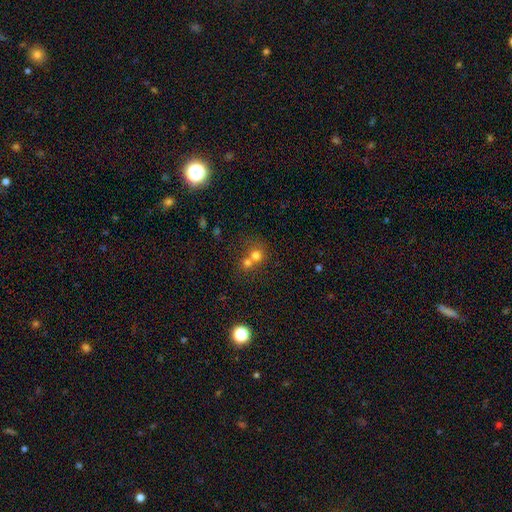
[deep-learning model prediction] This is likely a smooth galaxy (71%). How rounded: clearly round (83%). Merging: possibly merger (60%).